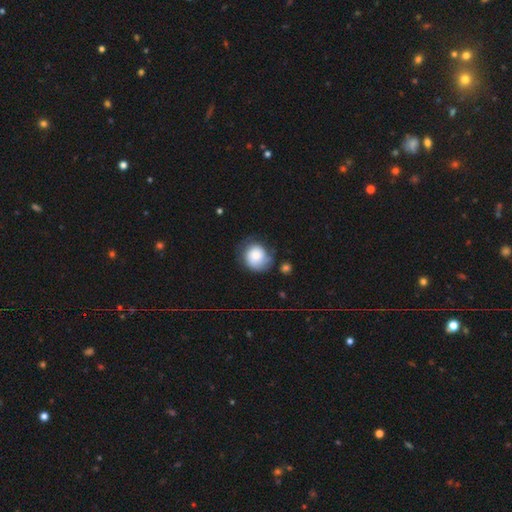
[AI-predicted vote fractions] smooth 66%, featured or disk 26%, star or artifact 8%. Down the decision tree: how rounded — round (77%); merging — none (54%).